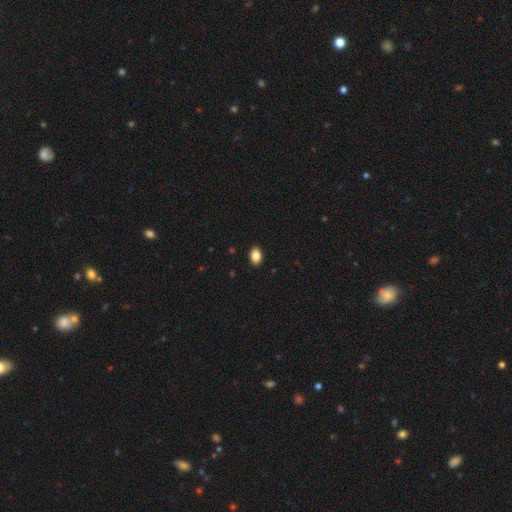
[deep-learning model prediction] Q: Smooth or featured?
A: smooth (87%); runner-up: star or artifact (8%)
Q: How rounded?
A: in between (84%); runner-up: round (15%)
Q: Merging?
A: none (90%); runner-up: minor disturbance (7%)